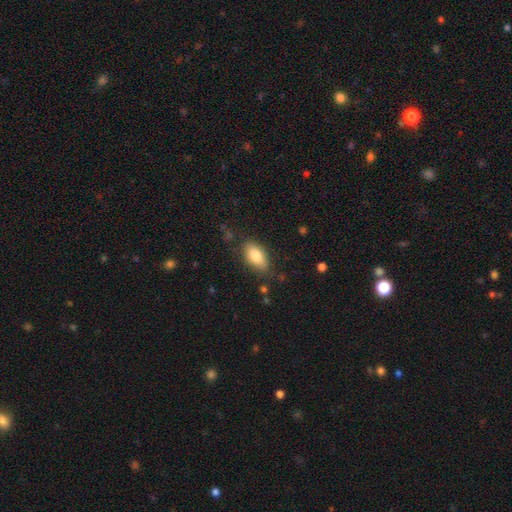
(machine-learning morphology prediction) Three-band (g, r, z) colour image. It shows a smooth galaxy with no disk features (80%) that is in between round and cigar-shaped (89%). Merging: none (80%).